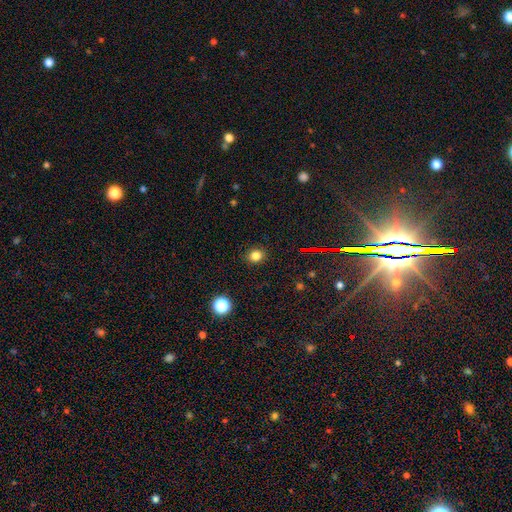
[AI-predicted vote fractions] A smooth galaxy with no disk features (80%) that is round (75%).

Vote fractions:
- Smooth or featured? smooth: 80% / star or artifact: 14% / featured or disk: 6%
- How rounded? round: 75% / in between: 24% / cigar-shaped: 1%
- Merging? none: 89% / minor disturbance: 7% / major disturbance: 2% / merger: 1%